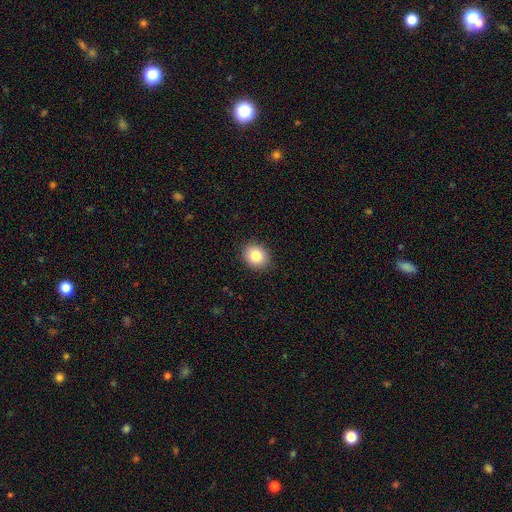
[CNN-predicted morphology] This is clearly a smooth galaxy (84%). How rounded: likely round (71%). Merging: clearly none (89%).